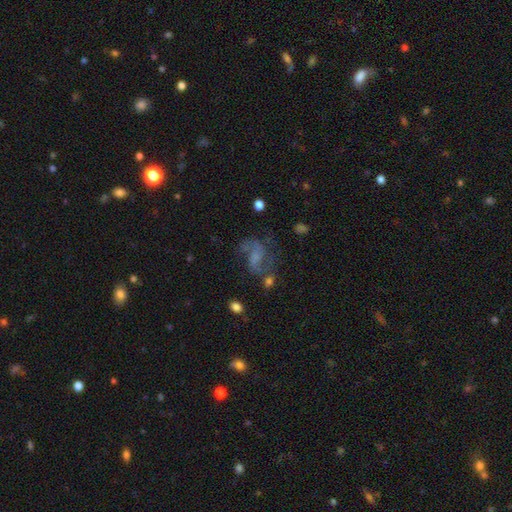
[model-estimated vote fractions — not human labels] Smooth or featured: featured or disk — 66% (smooth — 20%)
Edge-on disk: no — 97% (yes — 3%)
Bar: no — 48% (weak — 40%)
Spiral arms: yes — 84% (no — 16%)
Spiral winding: loose — 49% (medium — 41%)
Spiral arm count: 2 — 78% (can't tell — 9%)
Bulge size: none — 45% (small — 28%)
Merging: none — 44% (major disturbance — 27%)